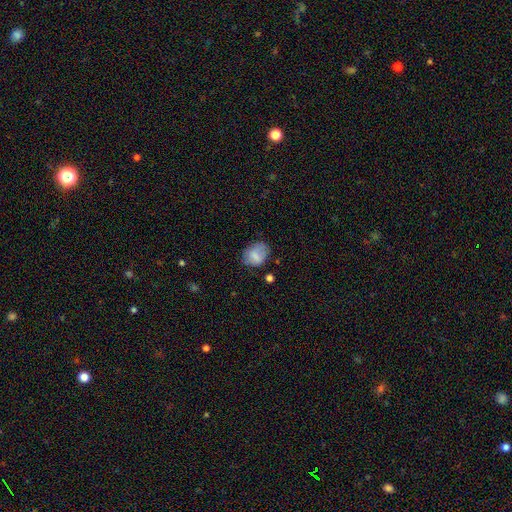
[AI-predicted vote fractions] A smooth galaxy with no disk features (74%) that is in between round and cigar-shaped (62%). Merging: none (61%).